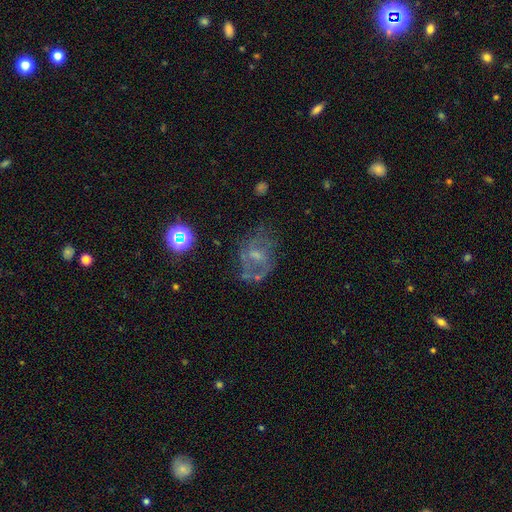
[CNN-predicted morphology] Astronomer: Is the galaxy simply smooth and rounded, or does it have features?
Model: featured or disk — 61%.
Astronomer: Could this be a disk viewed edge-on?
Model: no — 97%.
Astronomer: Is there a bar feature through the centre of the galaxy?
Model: no — 52% (runner-up: weak, 40%).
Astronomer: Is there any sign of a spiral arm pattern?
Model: yes — 58% (runner-up: no, 42%).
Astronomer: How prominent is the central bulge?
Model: small — 44% (runner-up: moderate, 32%).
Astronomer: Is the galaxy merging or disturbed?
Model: none — 48% (runner-up: major disturbance, 25%).